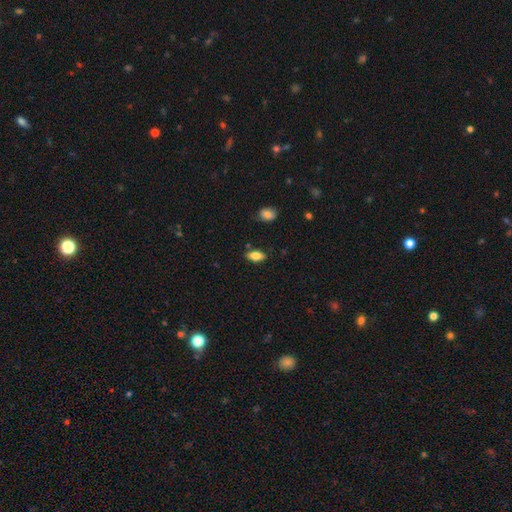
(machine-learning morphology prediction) smooth-or-featured: smooth: 75% | featured or disk: 17% | star or artifact: 7%
  how-rounded: in between: 87% | cigar-shaped: 9% | round: 4%
  merging: none: 84% | minor disturbance: 11% | major disturbance: 2% | merger: 2%